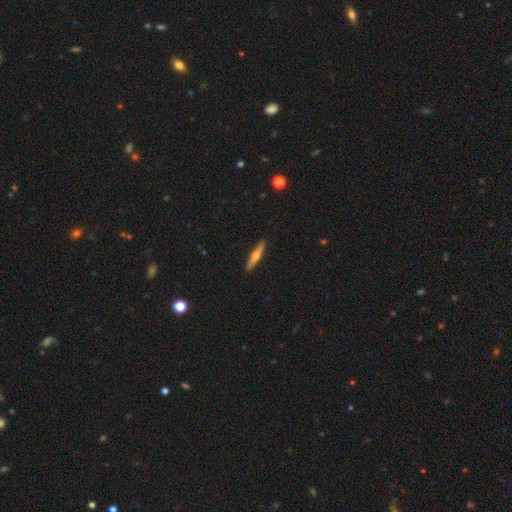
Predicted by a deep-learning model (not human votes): Morphology: type=featured or disk (53%); edge-on=yes (95%); edge-on bulge=rounded (89%); merging=none (91%).